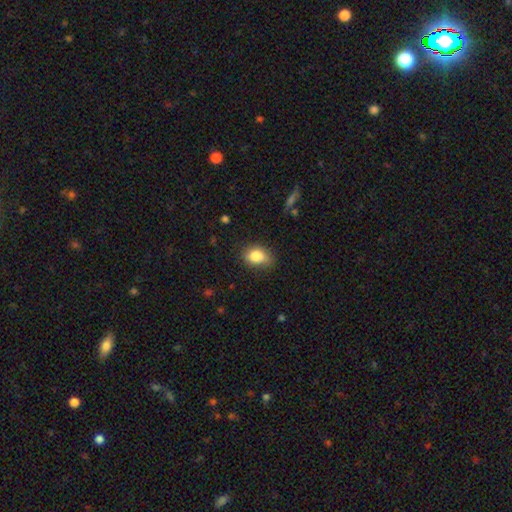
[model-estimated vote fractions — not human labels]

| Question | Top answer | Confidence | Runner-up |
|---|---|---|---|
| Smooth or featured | smooth | 84% | star or artifact (8%) |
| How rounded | in between | 77% | round (22%) |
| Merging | none | 72% | minor disturbance (22%) |